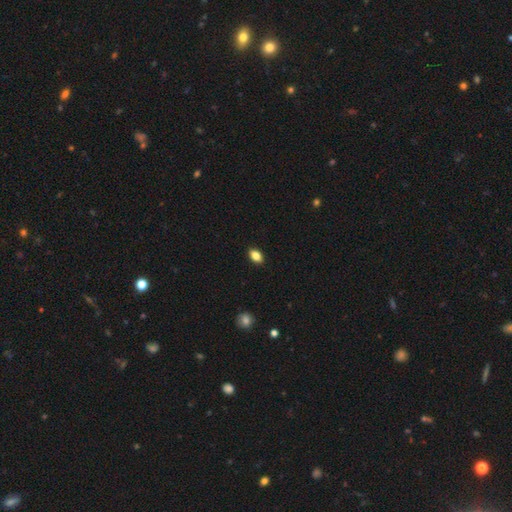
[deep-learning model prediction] A smooth galaxy with no disk features (84%) that is in between round and cigar-shaped (85%).

Vote fractions:
- Smooth or featured? smooth: 84% / star or artifact: 9% / featured or disk: 6%
- How rounded? in between: 85% / round: 13% / cigar-shaped: 2%
- Merging? none: 90% / minor disturbance: 8% / major disturbance: 2% / merger: 1%